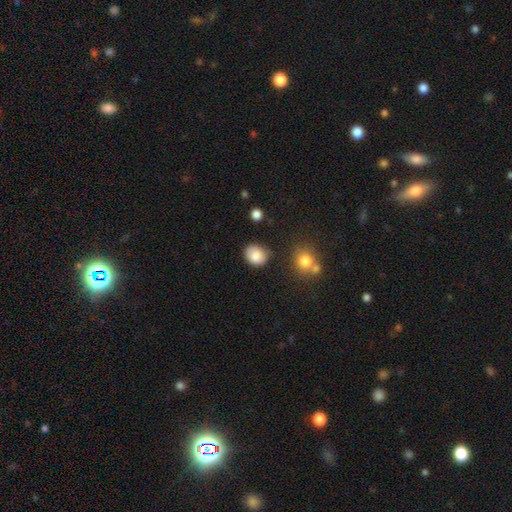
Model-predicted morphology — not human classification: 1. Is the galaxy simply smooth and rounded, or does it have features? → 84% smooth, 8% star or artifact, 7% featured or disk.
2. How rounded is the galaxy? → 60% round, 39% in between, 1% cigar-shaped.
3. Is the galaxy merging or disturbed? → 76% none, 17% minor disturbance, 4% major disturbance, 3% merger.